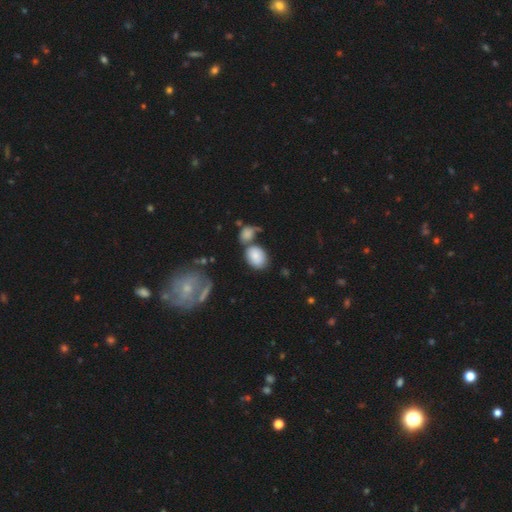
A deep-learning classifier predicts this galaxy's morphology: A smooth galaxy with no disk features (81%) that is in between round and cigar-shaped (72%).

Vote fractions:
- Smooth or featured? smooth: 81% / featured or disk: 11% / star or artifact: 7%
- How rounded? in between: 72% / round: 27% / cigar-shaped: 1%
- Merging? none: 47% / merger: 31% / minor disturbance: 15% / major disturbance: 7%